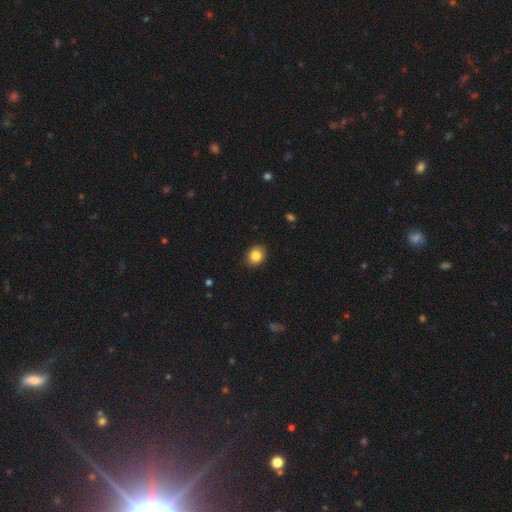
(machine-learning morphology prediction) This is clearly a smooth galaxy (85%). How rounded: likely round (63%). Merging: clearly none (88%).